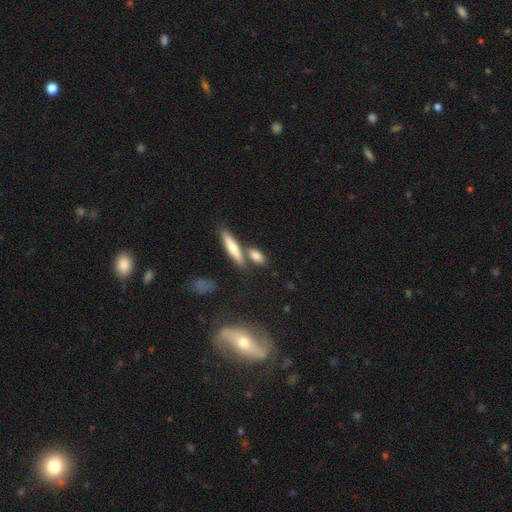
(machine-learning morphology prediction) This is likely a smooth galaxy (75%). How rounded: possibly in between (56%). Merging: likely none (61%).